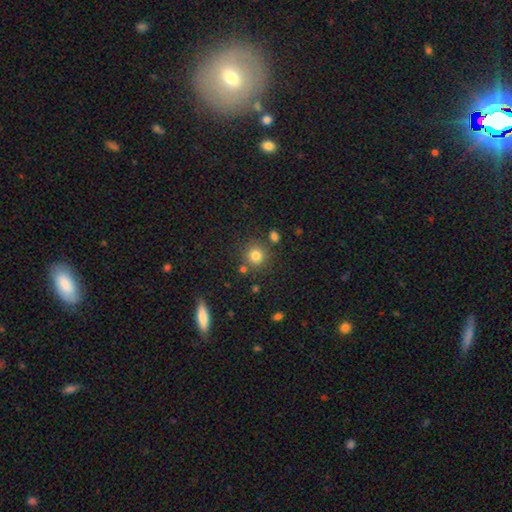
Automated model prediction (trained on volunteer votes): This is likely a smooth galaxy (79%). How rounded: clearly round (90%). Merging: likely none (80%).